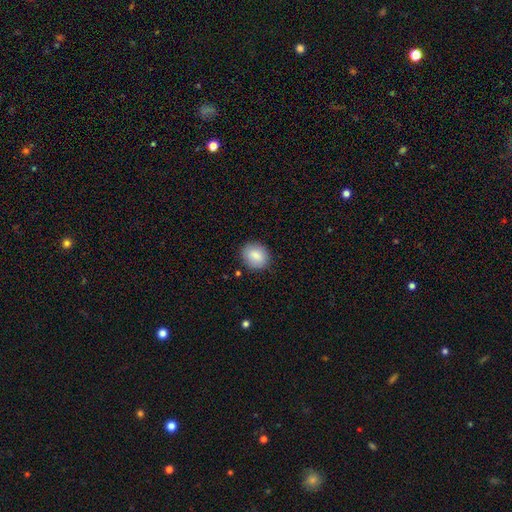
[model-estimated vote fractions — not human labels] This appears to be a smooth galaxy with no disk features (85%) that is round (61%). Merging: none (86%).